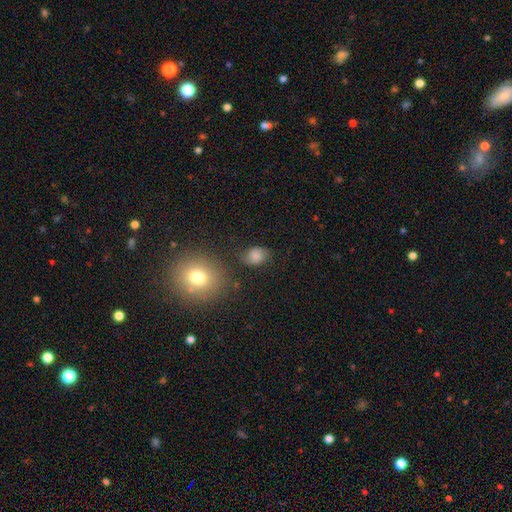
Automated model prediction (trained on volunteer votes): The model was most divided on "how rounded": in between: 65%, round: 34%, cigar-shaped: 1%. More confident: smooth or featured — smooth (75%); merging — none (71%).